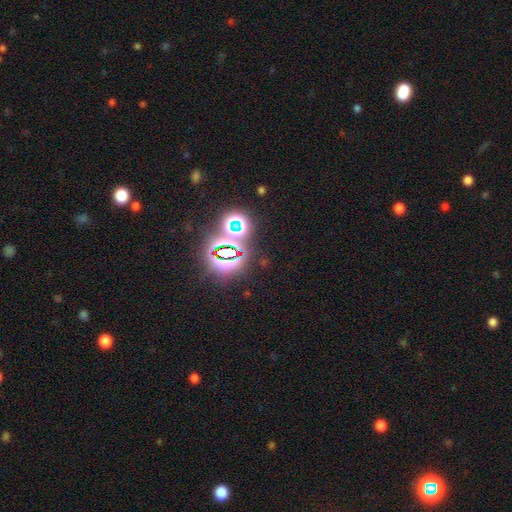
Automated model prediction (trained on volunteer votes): This is likely a star or artifact rather than a galaxy (75%).